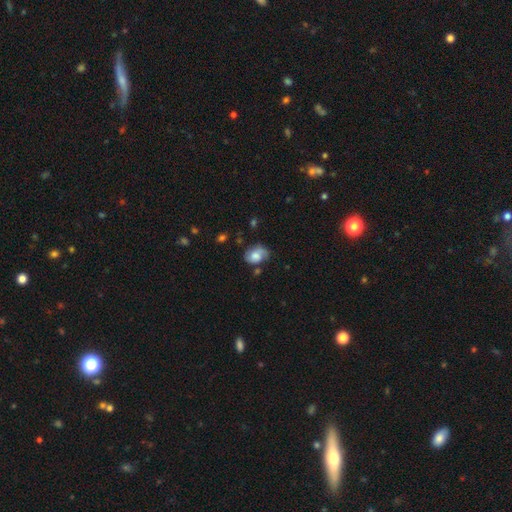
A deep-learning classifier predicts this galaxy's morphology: Smooth or featured? Predicted: smooth (p=0.56). How rounded? Predicted: in between (p=0.70). Merging? Predicted: none (p=0.57).